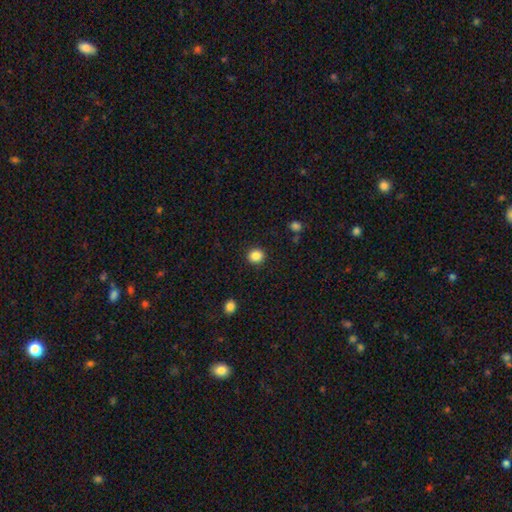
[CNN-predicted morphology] This appears to be a smooth galaxy with no disk features (86%) that is round (87%). Merging: none (91%).